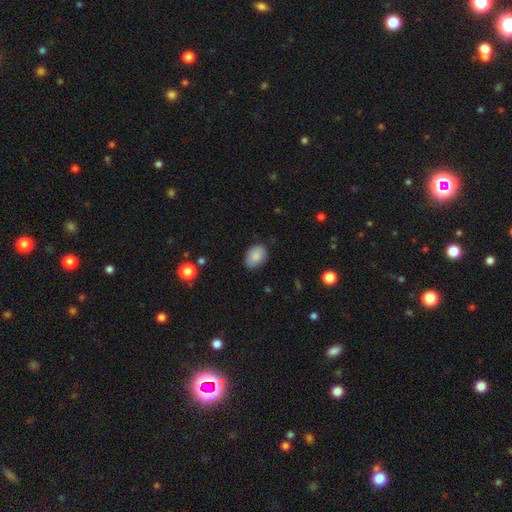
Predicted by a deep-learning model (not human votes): smooth_or_featured: smooth (p=0.86) [alt: star or artifact p=0.07]
how_rounded: in between (p=0.78) [alt: round p=0.21]
merging: none (p=0.78) [alt: minor disturbance p=0.18]